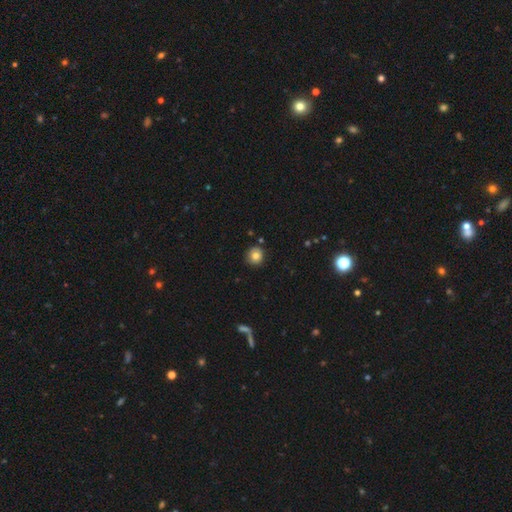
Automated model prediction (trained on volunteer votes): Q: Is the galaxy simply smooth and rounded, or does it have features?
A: smooth — 79%.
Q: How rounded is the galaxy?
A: round — 92%.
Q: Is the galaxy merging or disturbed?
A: none — 87%.